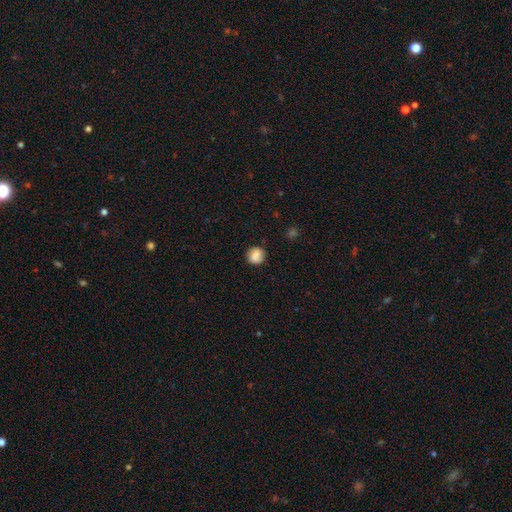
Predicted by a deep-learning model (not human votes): smooth-or-featured: smooth: 80% | featured or disk: 11% | star or artifact: 9%
  how-rounded: round: 77% | in between: 22% | cigar-shaped: 1%
  merging: none: 83% | minor disturbance: 12% | major disturbance: 3% | merger: 2%